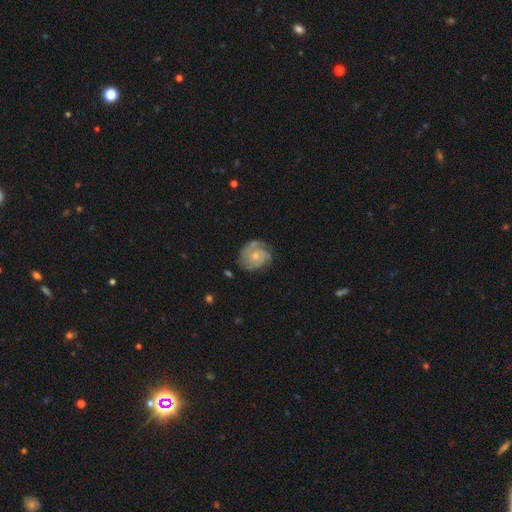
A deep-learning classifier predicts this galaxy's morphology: smooth_or_featured: featured or disk (p=0.75) [alt: smooth p=0.19]
disk_edge_on: no (p=0.98) [alt: yes p=0.02]
bar: no (p=0.78) [alt: weak p=0.20]
has_spiral_arms: yes (p=0.93) [alt: no p=0.07]
spiral_winding: tight (p=0.62) [alt: medium p=0.30]
spiral_arm_count: 3 (p=0.33) [alt: can't tell p=0.26]
bulge_size: small (p=0.57) [alt: moderate p=0.36]
merging: none (p=0.72) [alt: minor disturbance p=0.19]